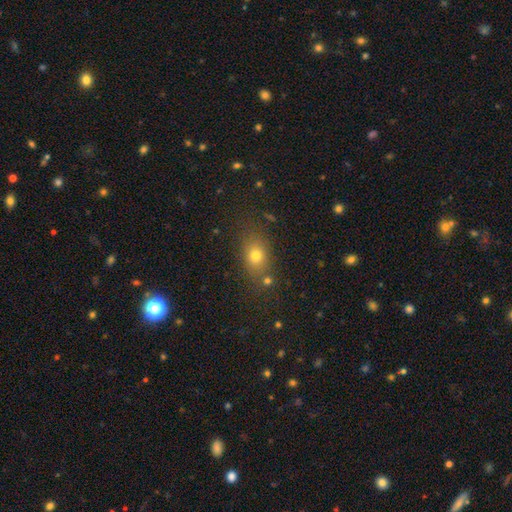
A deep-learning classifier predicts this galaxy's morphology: Smooth or featured? Predicted: smooth (p=0.73). How rounded? Predicted: in between (p=0.61). Merging? Predicted: none (p=0.75).